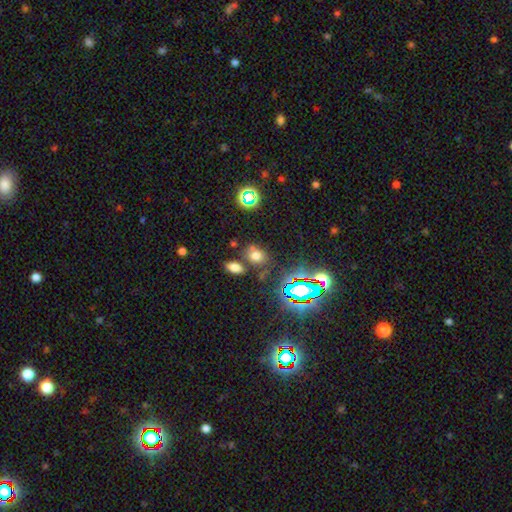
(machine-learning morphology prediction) smooth_or_featured: smooth (p=0.63) [alt: star or artifact p=0.28]
how_rounded: in between (p=0.57) [alt: round p=0.41]
merging: none (p=0.68) [alt: merger p=0.16]